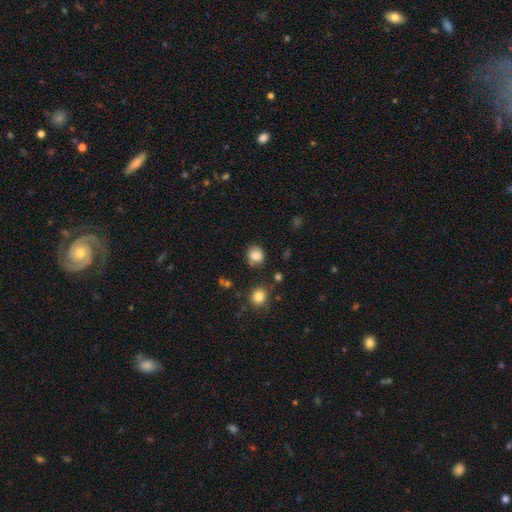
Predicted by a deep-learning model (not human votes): smooth_or_featured: smooth (p=0.84) [alt: star or artifact p=0.11]
how_rounded: round (p=0.81) [alt: in between p=0.18]
merging: none (p=0.78) [alt: minor disturbance p=0.13]